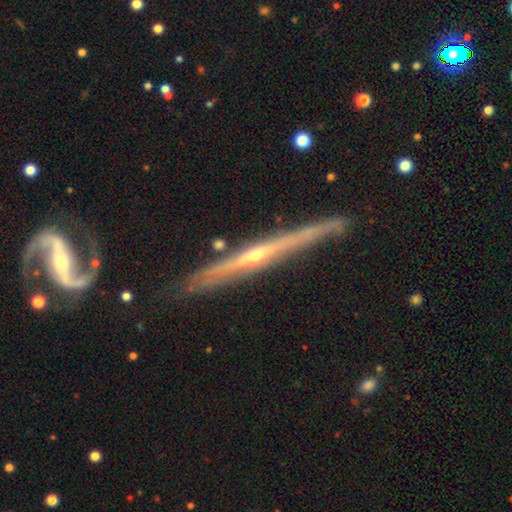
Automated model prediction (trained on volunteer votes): smooth-or-featured: featured or disk: 81% | smooth: 13% | star or artifact: 6%
  disk-edge-on: yes: 96% | no: 4%
    edge-on-bulge: rounded: 72% | none: 24% | boxy: 4%
  merging: none: 79% | minor disturbance: 14% | merger: 3% | major disturbance: 3%